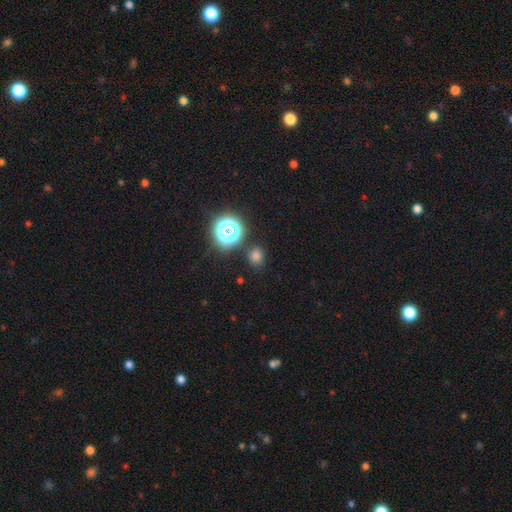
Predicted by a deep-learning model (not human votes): Morphology: type=smooth (72%); roundness=round (77%); merging=none (83%).